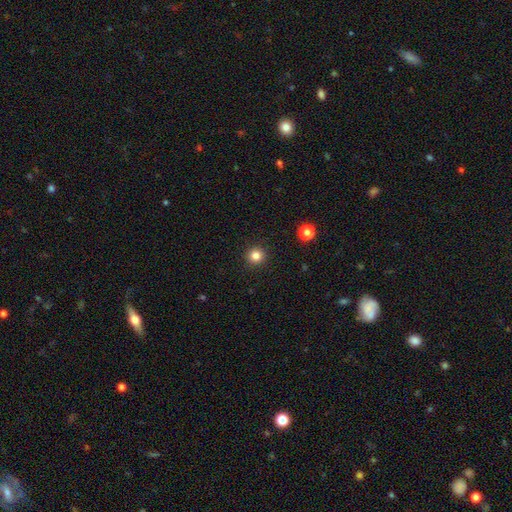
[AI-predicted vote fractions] Smooth or featured?
  - smooth: 83% *
  - star or artifact: 12%
  - featured or disk: 4%
How rounded?
  - round: 95% *
  - in between: 4%
  - cigar-shaped: 1%
Merging?
  - none: 93% *
  - minor disturbance: 5%
  - major disturbance: 2%
  - merger: 1%